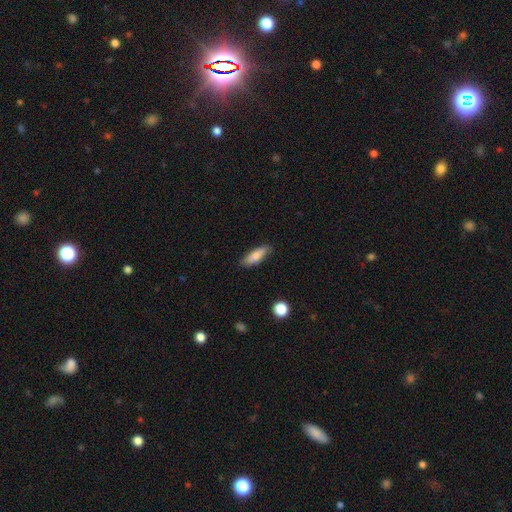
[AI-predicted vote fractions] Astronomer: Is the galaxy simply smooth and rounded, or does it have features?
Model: smooth — 82%.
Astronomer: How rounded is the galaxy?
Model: cigar-shaped — 50% (runner-up: in between, 48%).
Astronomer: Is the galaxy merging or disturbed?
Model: none — 82%.